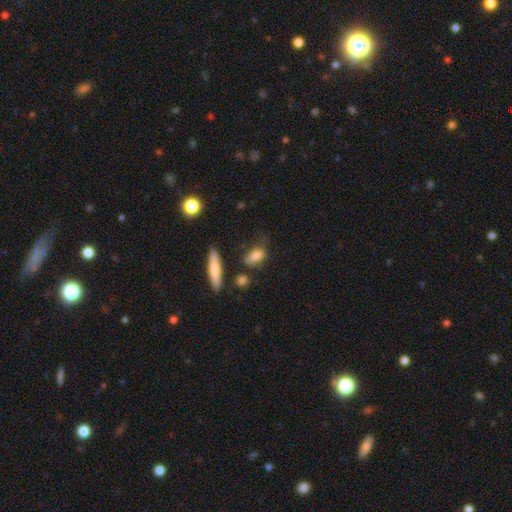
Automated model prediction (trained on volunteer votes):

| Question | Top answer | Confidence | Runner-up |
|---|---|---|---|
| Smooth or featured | smooth | 80% | featured or disk (12%) |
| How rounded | in between | 73% | cigar-shaped (17%) |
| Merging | none | 53% | minor disturbance (28%) |